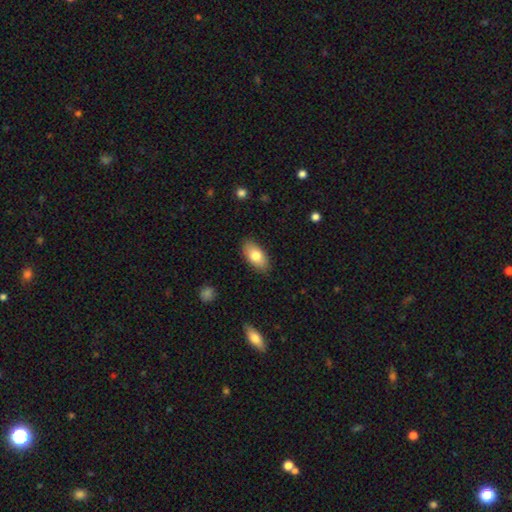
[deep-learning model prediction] Smooth or featured?
  - smooth: 77% *
  - featured or disk: 17%
  - star or artifact: 7%
How rounded?
  - in between: 91% *
  - cigar-shaped: 6%
  - round: 3%
Merging?
  - none: 86% *
  - minor disturbance: 10%
  - major disturbance: 2%
  - merger: 1%